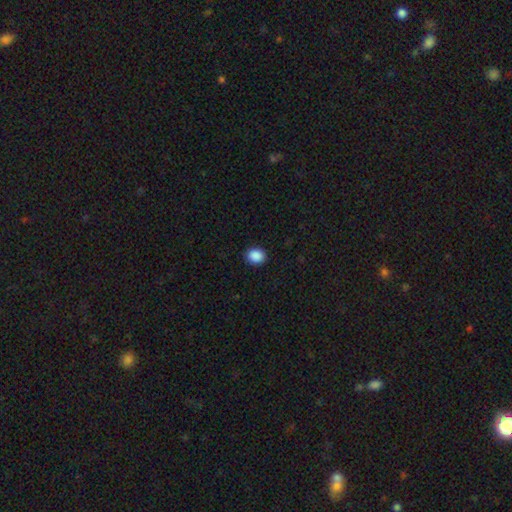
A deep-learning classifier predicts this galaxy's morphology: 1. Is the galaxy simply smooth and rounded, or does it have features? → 89% smooth, 8% star or artifact, 2% featured or disk.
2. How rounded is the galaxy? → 60% round, 39% in between, 1% cigar-shaped.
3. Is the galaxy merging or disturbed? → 90% none, 7% minor disturbance, 2% major disturbance, 1% merger.